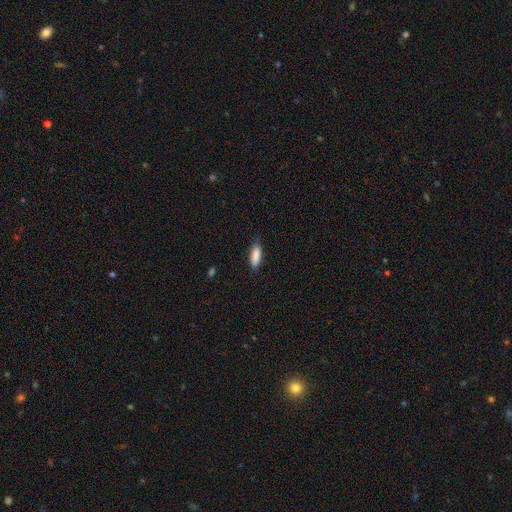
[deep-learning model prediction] smooth-or-featured: smooth: 87% | star or artifact: 6% | featured or disk: 6%
  how-rounded: in between: 60% | cigar-shaped: 38% | round: 2%
  merging: none: 79% | minor disturbance: 17% | major disturbance: 3% | merger: 1%